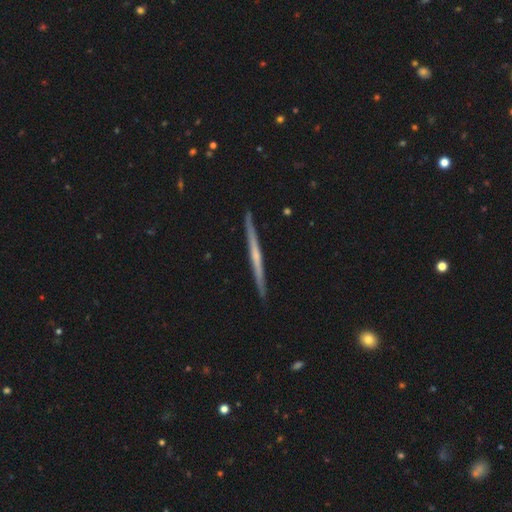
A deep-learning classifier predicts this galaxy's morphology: smooth-or-featured: featured or disk: 67% | smooth: 28% | star or artifact: 5%
  disk-edge-on: yes: 98% | no: 2%
    edge-on-bulge: none: 69% | rounded: 25% | boxy: 7%
  merging: none: 92% | minor disturbance: 6% | major disturbance: 1% | merger: 1%